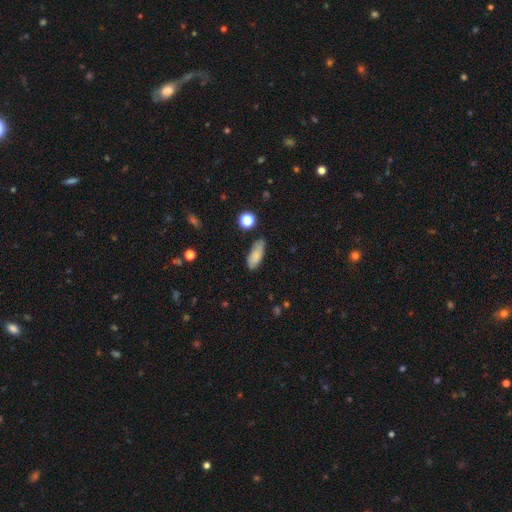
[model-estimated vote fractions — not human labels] smooth_or_featured: smooth (p=0.81) [alt: featured or disk p=0.10]
how_rounded: in between (p=0.74) [alt: cigar-shaped p=0.23]
merging: none (p=0.71) [alt: minor disturbance p=0.21]